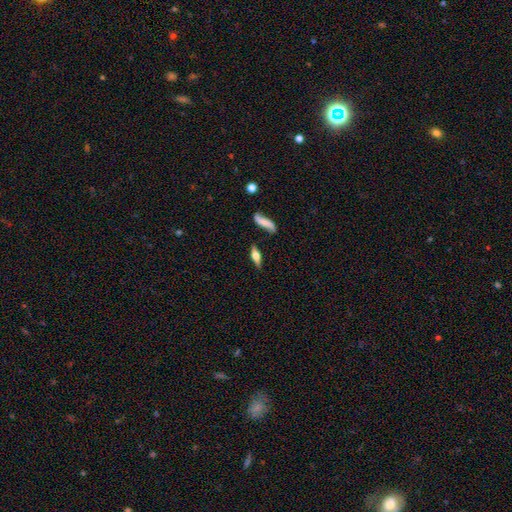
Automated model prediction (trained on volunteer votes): Smooth or featured?
  - featured or disk: 51% *
  - smooth: 41%
  - star or artifact: 7%
Edge-on disk?
  - yes: 87% *
  - no: 13%
Merging?
  - none: 78% *
  - minor disturbance: 14%
  - merger: 4%
  - major disturbance: 4%